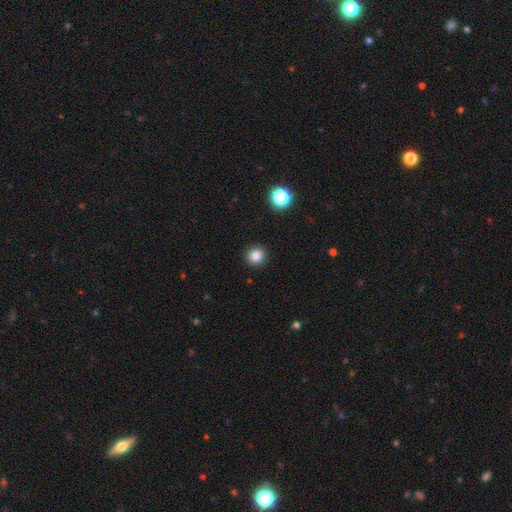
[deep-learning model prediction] smooth_or_featured: smooth (p=0.84) [alt: star or artifact p=0.12]
how_rounded: round (p=0.92) [alt: in between p=0.07]
merging: none (p=0.92) [alt: minor disturbance p=0.05]